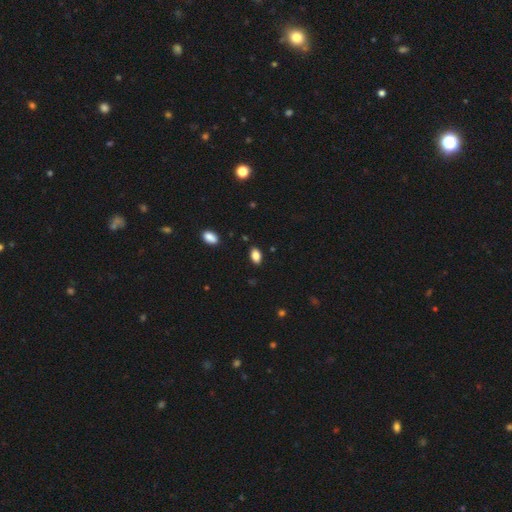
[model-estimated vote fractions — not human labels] Q: Smooth or featured?
A: smooth (86%); runner-up: star or artifact (9%)
Q: How rounded?
A: in between (91%); runner-up: round (7%)
Q: Merging?
A: none (87%); runner-up: minor disturbance (10%)